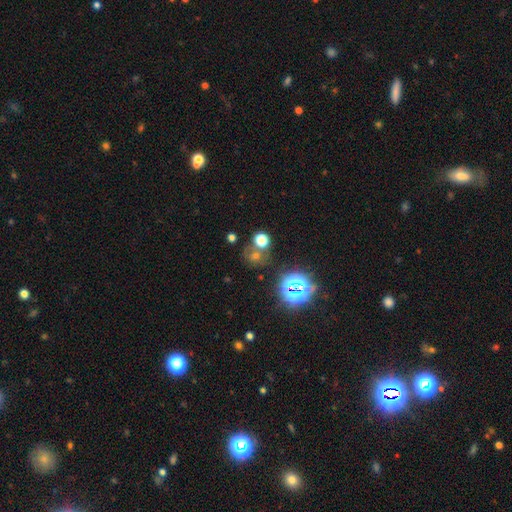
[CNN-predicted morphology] A star or artifact, not a galaxy (49%).

Vote fractions:
- Smooth or featured? star or artifact: 49% / smooth: 41% / featured or disk: 10%